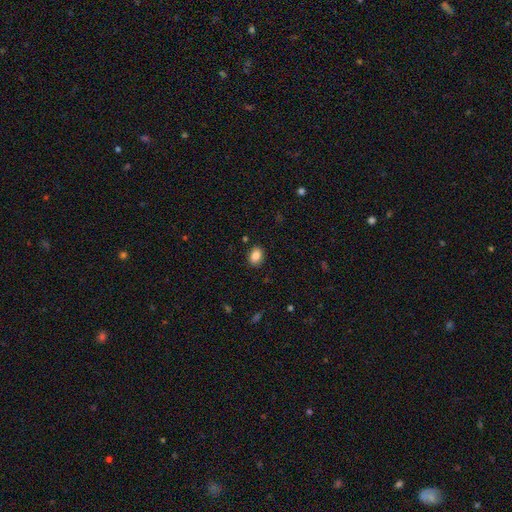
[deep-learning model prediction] smooth_or_featured: smooth (p=0.86) [alt: star or artifact p=0.09]
how_rounded: in between (p=0.70) [alt: round p=0.29]
merging: none (p=0.88) [alt: minor disturbance p=0.09]